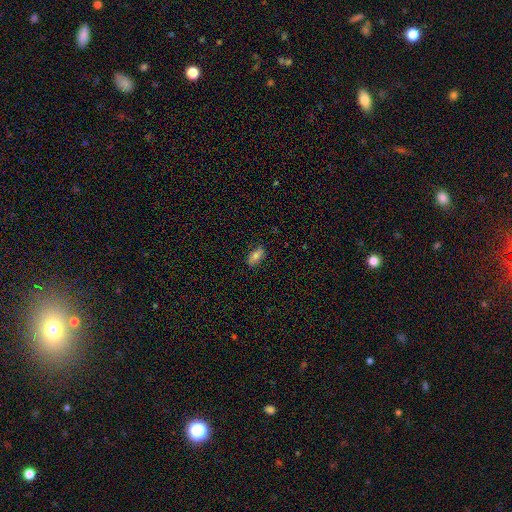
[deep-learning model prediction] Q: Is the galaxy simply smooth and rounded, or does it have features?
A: smooth — 75%.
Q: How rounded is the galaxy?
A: in between — 86%.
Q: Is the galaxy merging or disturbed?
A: none — 83%.